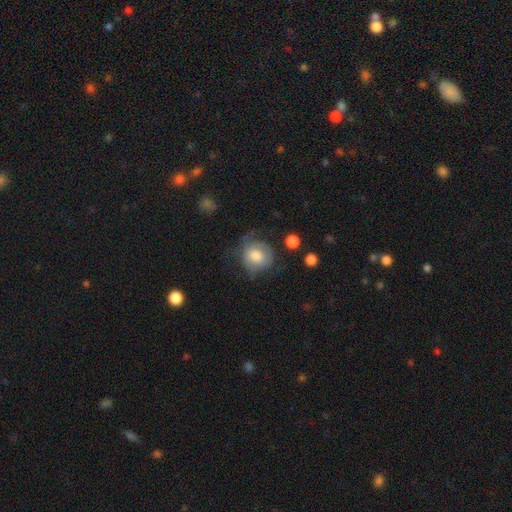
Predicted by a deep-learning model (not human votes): Smooth or featured? Predicted: smooth (p=0.59). How rounded? Predicted: round (p=0.79). Merging? Predicted: none (p=0.48).